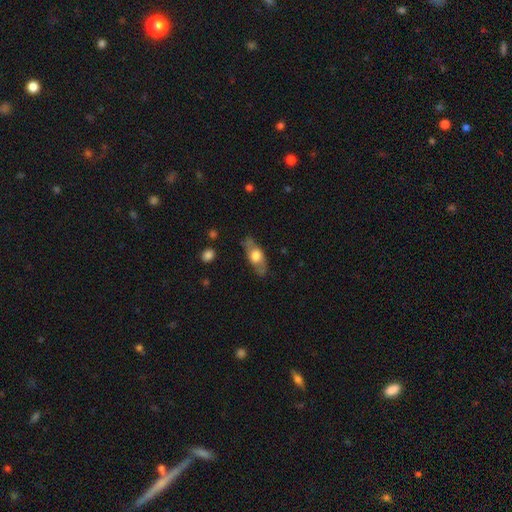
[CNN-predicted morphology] Smooth or featured: smooth — 53% (featured or disk — 41%)
How rounded: in between — 71% (cigar-shaped — 21%)
Merging: none — 73% (minor disturbance — 19%)